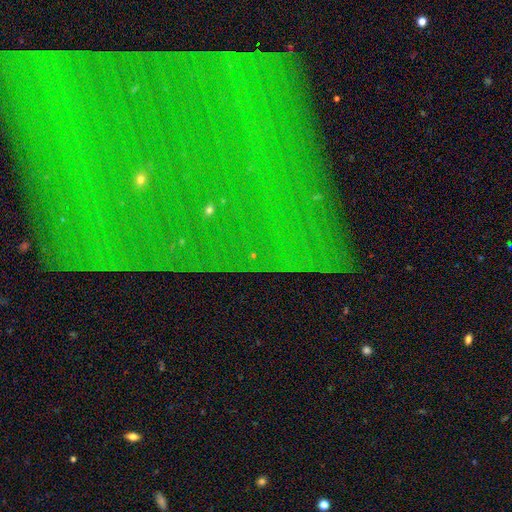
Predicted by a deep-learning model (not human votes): Q: Smooth or featured?
A: star or artifact (83%); runner-up: featured or disk (10%)